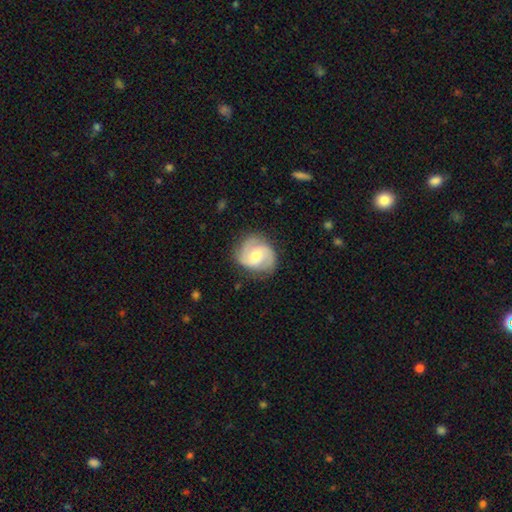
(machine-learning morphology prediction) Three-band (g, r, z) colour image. It shows a featured or disk galaxy (74%) with no bar (50%), 2 (55%) medium (48%) spiral arms (95%) and a moderate central bulge (56%). Merging: none (77%).